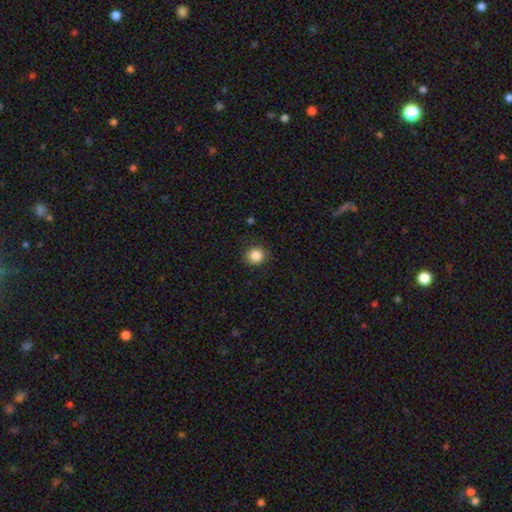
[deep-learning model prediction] Q: Smooth or featured?
A: smooth (86%); runner-up: star or artifact (10%)
Q: How rounded?
A: round (89%); runner-up: in between (10%)
Q: Merging?
A: none (89%); runner-up: minor disturbance (7%)